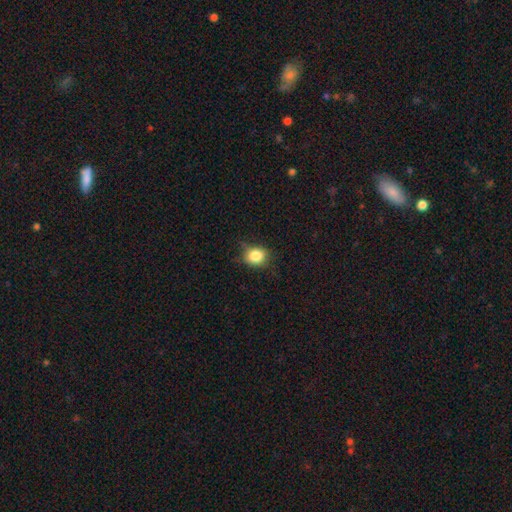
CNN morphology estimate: This appears to be a smooth galaxy with no disk features (83%) that is round (65%). Merging: none (71%).